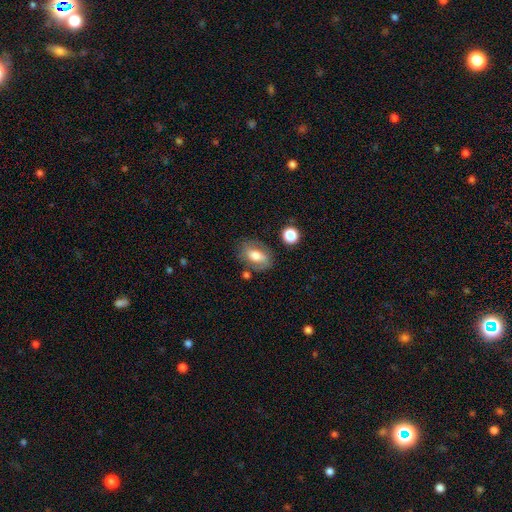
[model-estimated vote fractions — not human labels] Smooth or featured?
  - smooth: 62% *
  - featured or disk: 30%
  - star or artifact: 8%
How rounded?
  - in between: 84% *
  - round: 13%
  - cigar-shaped: 3%
Merging?
  - none: 70% *
  - minor disturbance: 18%
  - major disturbance: 6%
  - merger: 6%